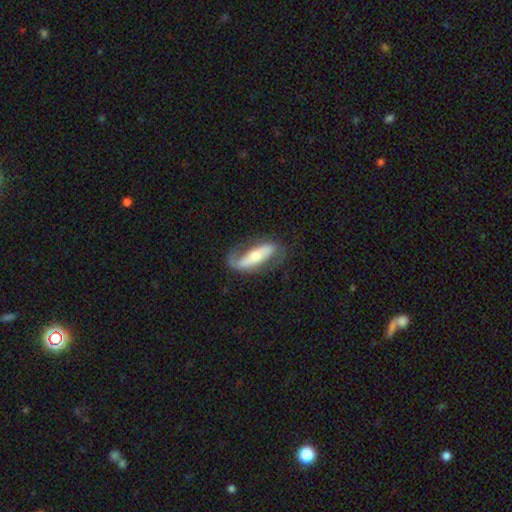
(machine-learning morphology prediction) Smooth or featured?
  - featured or disk: 74% *
  - smooth: 21%
  - star or artifact: 5%
Edge-on disk?
  - no: 83% *
  - yes: 17%
Bar?
  - strong: 56% *
  - no: 25%
  - weak: 19%
Spiral arms?
  - yes: 85% *
  - no: 15%
Spiral winding?
  - loose: 44% *
  - medium: 35%
  - tight: 21%
Spiral arm count?
  - 2: 70% *
  - 1: 21%
  - can't tell: 6%
  - 3: 1%
  - more than 4: 1%
  - 4: 1%
Bulge size?
  - moderate: 53% *
  - small: 38%
  - large: 6%
  - none: 2%
  - dominant: 2%
Merging?
  - none: 63% *
  - minor disturbance: 20%
  - major disturbance: 15%
  - merger: 2%